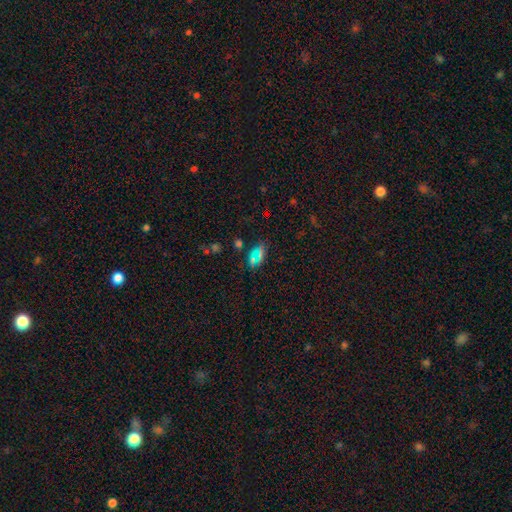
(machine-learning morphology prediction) Smooth or featured?
  - smooth: 49% *
  - star or artifact: 40%
  - featured or disk: 11%
Merging?
  - none: 71% *
  - minor disturbance: 14%
  - major disturbance: 8%
  - merger: 7%